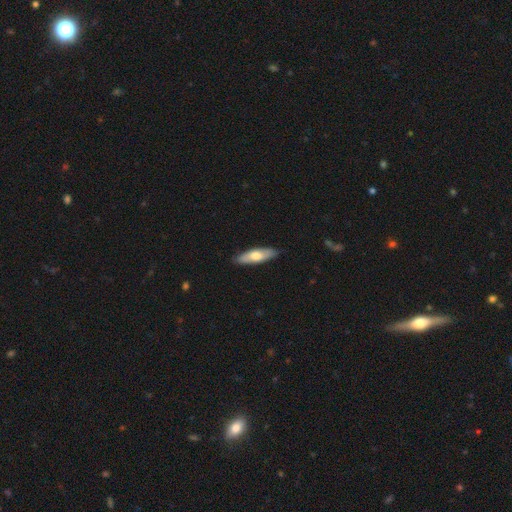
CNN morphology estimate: smooth 62%, featured or disk 33%, star or artifact 5%. Down the decision tree: how rounded — cigar-shaped (57%); merging — none (88%).